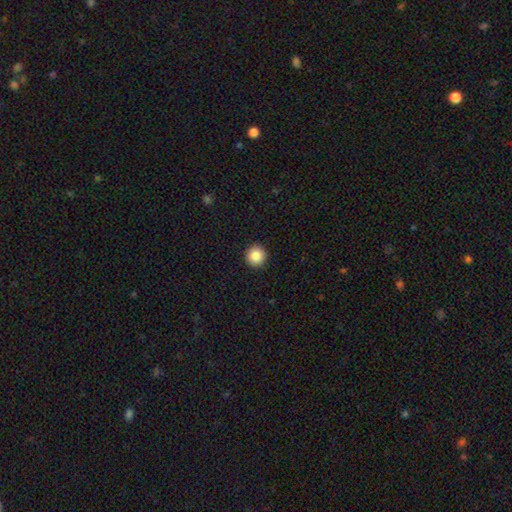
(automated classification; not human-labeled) Smooth or featured: smooth — 86% (star or artifact — 9%)
How rounded: round — 95% (in between — 4%)
Merging: none — 93% (minor disturbance — 4%)